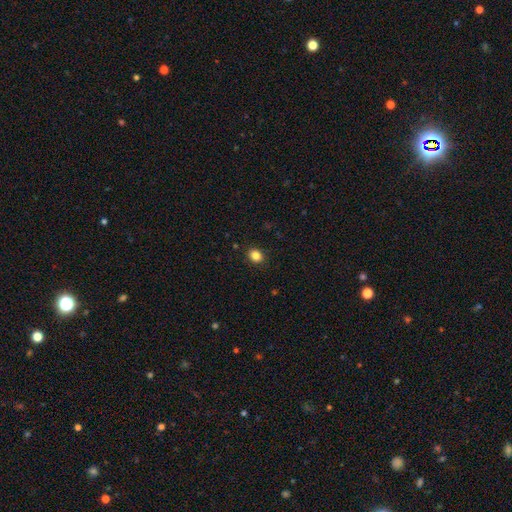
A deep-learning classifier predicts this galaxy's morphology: Smooth or featured: smooth — 85% (star or artifact — 11%)
How rounded: round — 54% (in between — 45%)
Merging: none — 89% (minor disturbance — 8%)